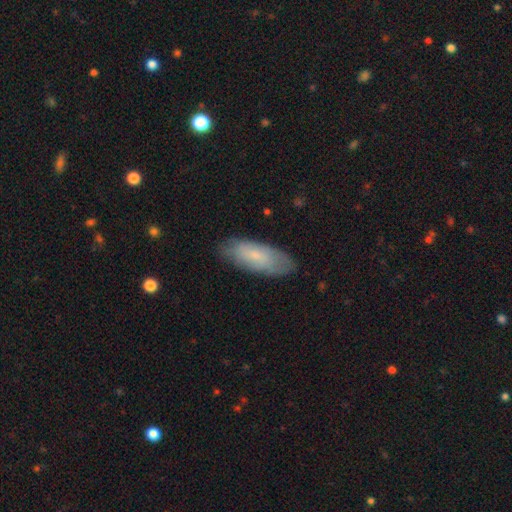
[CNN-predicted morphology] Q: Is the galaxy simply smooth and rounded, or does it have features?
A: smooth — 65%.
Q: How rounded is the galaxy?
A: in between — 75%.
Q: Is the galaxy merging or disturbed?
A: none — 78%.